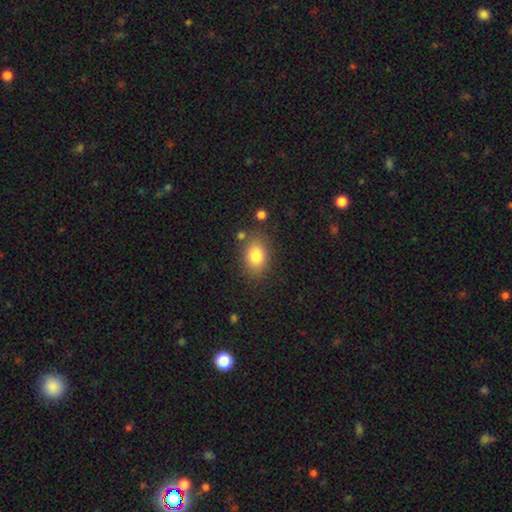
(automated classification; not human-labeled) The model was most divided on "how rounded": in between: 74%, round: 24%, cigar-shaped: 1%. More confident: smooth or featured — smooth (82%); merging — none (78%).